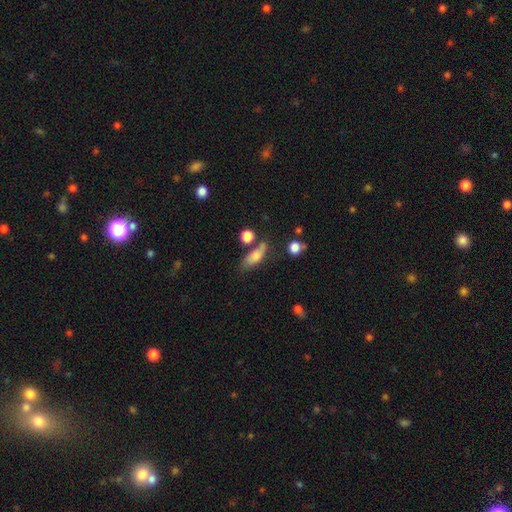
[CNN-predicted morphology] Smooth or featured? Predicted: smooth (p=0.71). How rounded? Predicted: in between (p=0.67). Merging? Predicted: none (p=0.54).